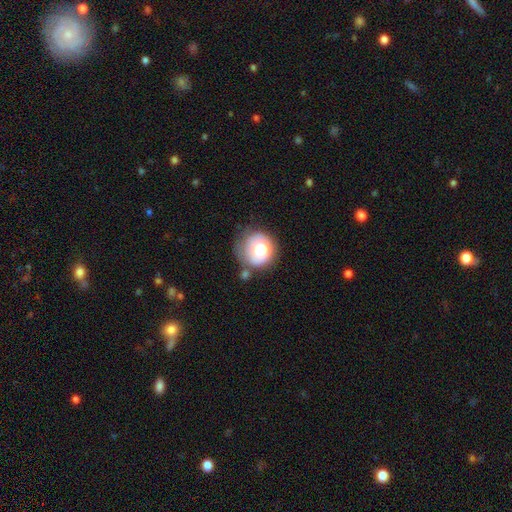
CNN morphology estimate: type=smooth (63%); roundness=round (86%); merging=none (53%).